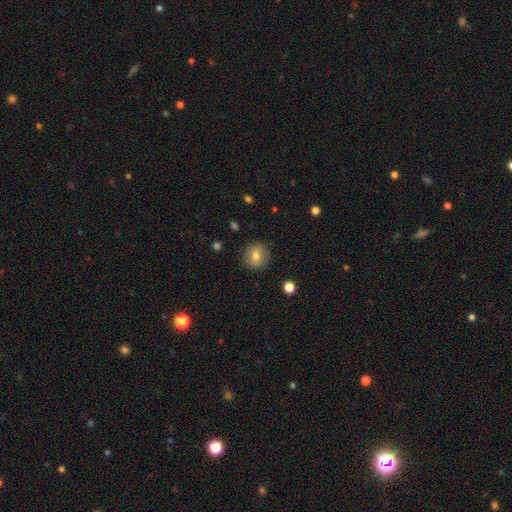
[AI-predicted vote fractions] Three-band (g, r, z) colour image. It shows a smooth galaxy with no disk features (75%) that is round (77%). Merging: none (86%).